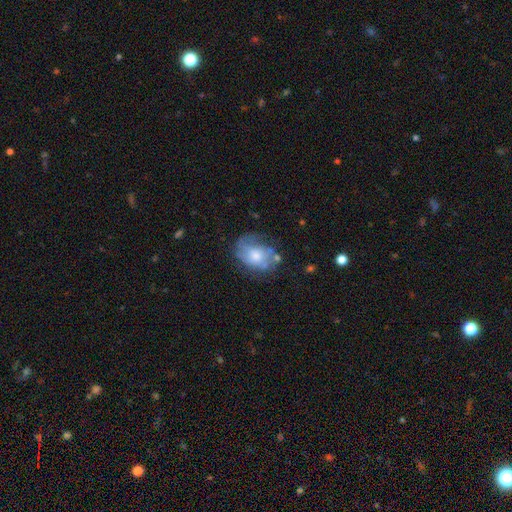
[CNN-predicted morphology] Smooth or featured: featured or disk — 51% (smooth — 41%)
Edge-on disk: no — 97% (yes — 3%)
Merging: none — 48% (minor disturbance — 28%)